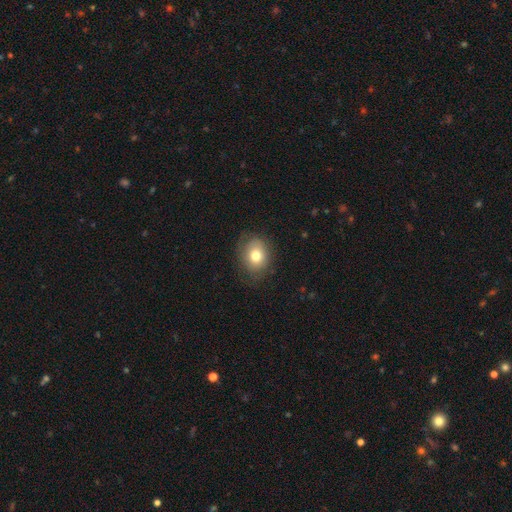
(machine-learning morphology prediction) smooth_or_featured: smooth (p=0.74) [alt: featured or disk p=0.16]
how_rounded: round (p=0.54) [alt: in between p=0.45]
merging: none (p=0.75) [alt: minor disturbance p=0.18]